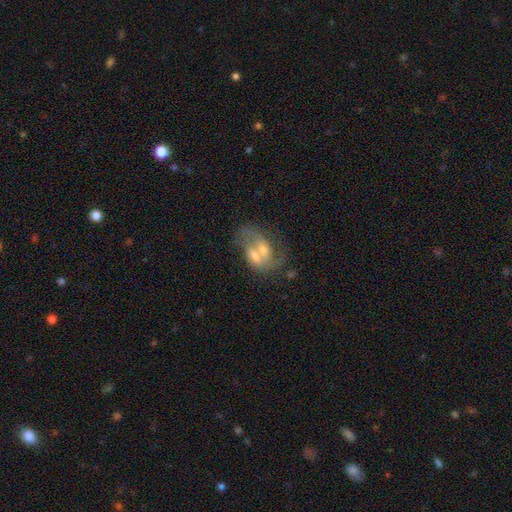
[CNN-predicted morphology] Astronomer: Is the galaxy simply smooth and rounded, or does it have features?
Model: featured or disk — 63%.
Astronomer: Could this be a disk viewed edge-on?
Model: no — 96%.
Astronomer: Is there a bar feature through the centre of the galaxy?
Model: no — 55% (runner-up: weak, 35%).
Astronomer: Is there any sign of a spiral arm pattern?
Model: yes — 64%.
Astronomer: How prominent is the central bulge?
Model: moderate — 50% (runner-up: small, 29%).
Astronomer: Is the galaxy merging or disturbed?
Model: merger — 55%.